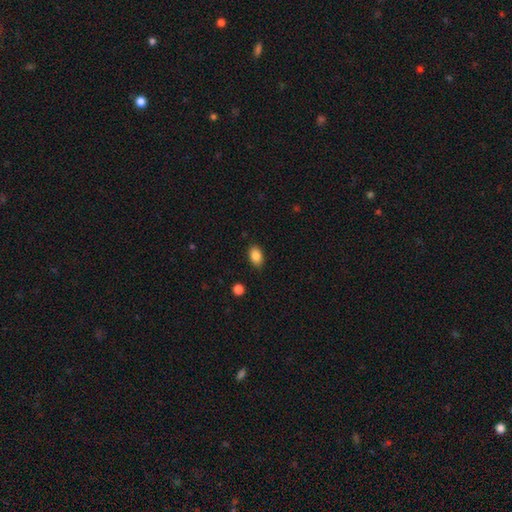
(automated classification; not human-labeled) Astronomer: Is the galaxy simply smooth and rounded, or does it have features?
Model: smooth — 87%.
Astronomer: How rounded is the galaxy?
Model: in between — 88%.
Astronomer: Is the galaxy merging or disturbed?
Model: none — 87%.